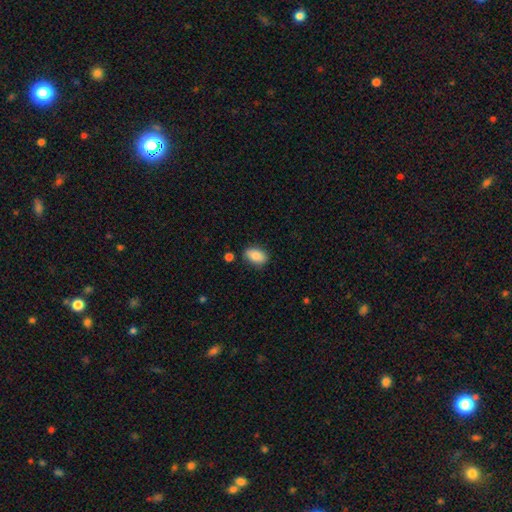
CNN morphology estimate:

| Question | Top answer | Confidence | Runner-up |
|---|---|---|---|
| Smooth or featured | smooth | 86% | featured or disk (7%) |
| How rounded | in between | 91% | round (7%) |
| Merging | none | 82% | minor disturbance (12%) |